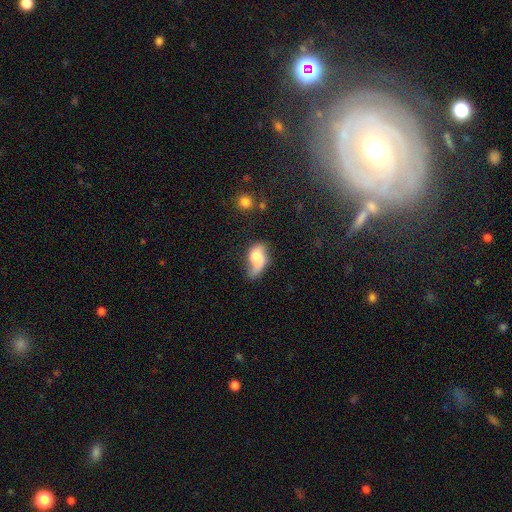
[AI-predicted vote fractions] This is possibly a smooth galaxy (54%). How rounded: clearly in between (85%). Merging: marginally major disturbance (30%).